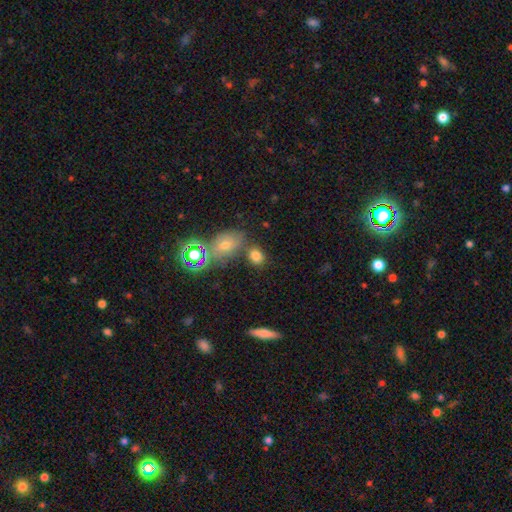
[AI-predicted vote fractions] Smooth or featured: smooth — 74% (star or artifact — 17%)
How rounded: in between — 55% (round — 44%)
Merging: none — 66% (merger — 17%)